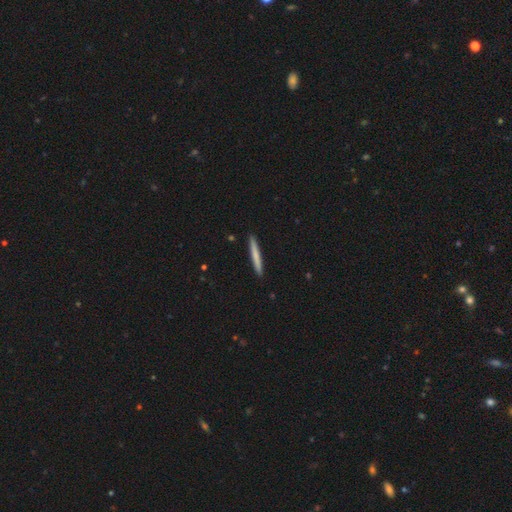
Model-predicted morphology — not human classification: smooth_or_featured: smooth (p=0.69) [alt: featured or disk p=0.25]
how_rounded: cigar-shaped (p=0.97) [alt: in between p=0.02]
merging: none (p=0.93) [alt: minor disturbance p=0.05]